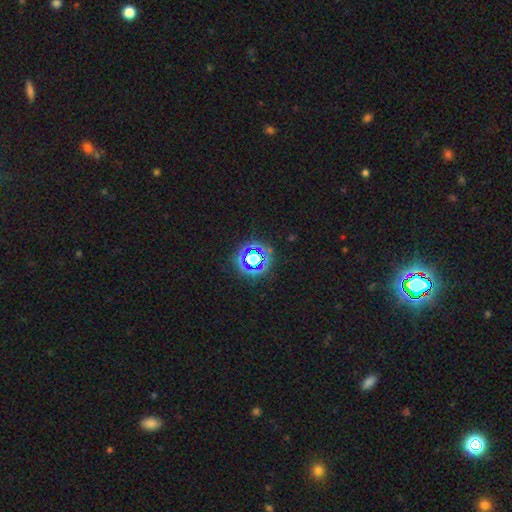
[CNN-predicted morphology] star or artifact 65%, smooth 23%, featured or disk 11%.